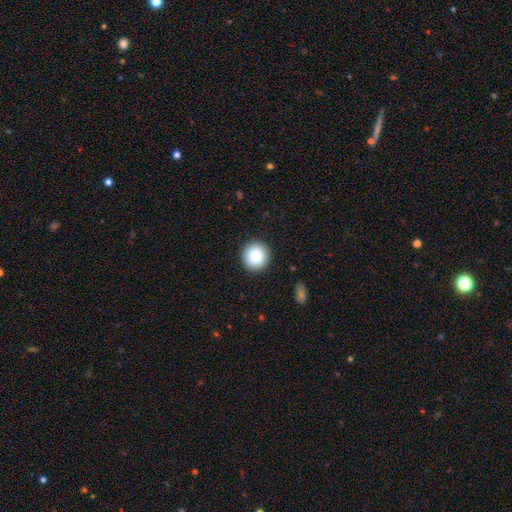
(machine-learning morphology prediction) Q: Smooth or featured?
A: smooth (86%); runner-up: star or artifact (8%)
Q: How rounded?
A: round (93%); runner-up: in between (7%)
Q: Merging?
A: none (92%); runner-up: minor disturbance (6%)